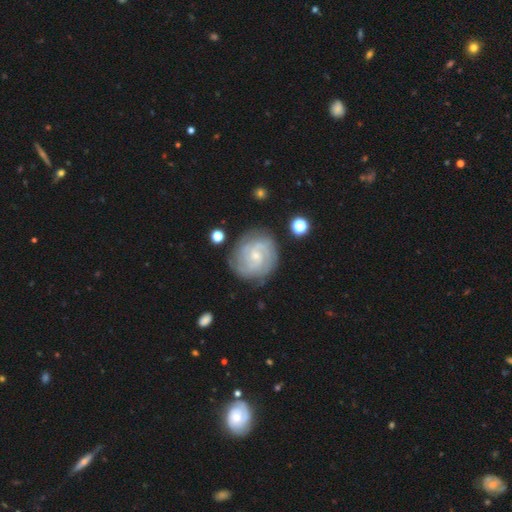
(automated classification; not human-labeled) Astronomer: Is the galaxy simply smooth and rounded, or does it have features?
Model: featured or disk — 82%.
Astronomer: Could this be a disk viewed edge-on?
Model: no — 98%.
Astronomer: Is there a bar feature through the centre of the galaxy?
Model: no — 59% (runner-up: weak, 35%).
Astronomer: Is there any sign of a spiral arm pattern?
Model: yes — 96%.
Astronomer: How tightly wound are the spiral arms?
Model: tight — 66%.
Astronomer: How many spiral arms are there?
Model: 2 — 28% (runner-up: can't tell, 25%).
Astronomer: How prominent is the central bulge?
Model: small — 72%.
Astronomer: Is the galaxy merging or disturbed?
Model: none — 80%.